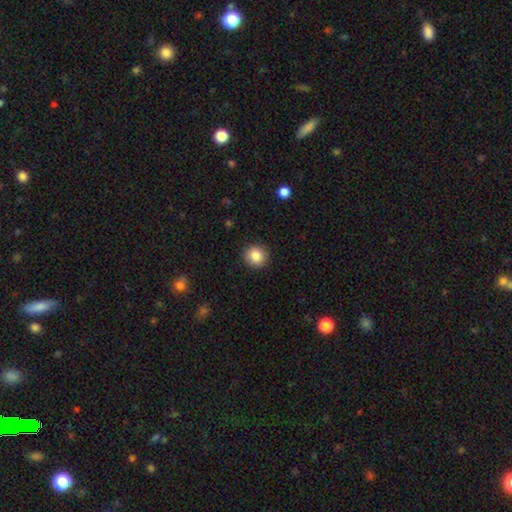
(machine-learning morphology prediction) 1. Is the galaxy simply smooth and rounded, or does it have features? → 86% smooth, 9% star or artifact, 5% featured or disk.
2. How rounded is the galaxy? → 91% round, 8% in between, 1% cigar-shaped.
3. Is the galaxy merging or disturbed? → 91% none, 6% minor disturbance, 2% major disturbance, 1% merger.